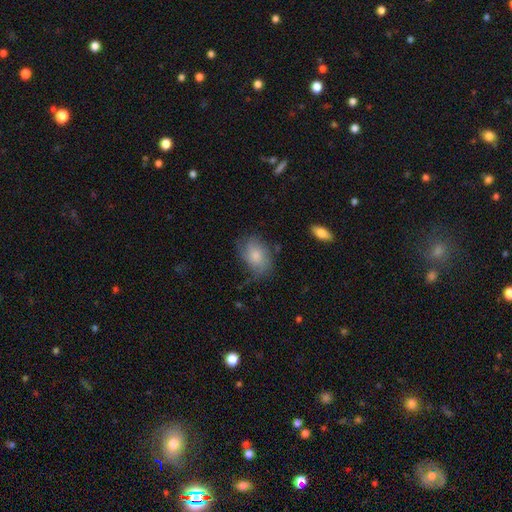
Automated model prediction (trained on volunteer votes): smooth-or-featured: smooth: 69% | featured or disk: 24% | star or artifact: 7%
  how-rounded: in between: 83% | round: 16% | cigar-shaped: 1%
  merging: none: 58% | minor disturbance: 28% | major disturbance: 12% | merger: 2%